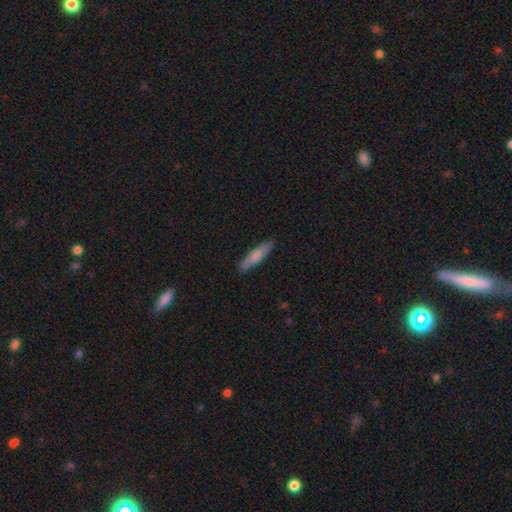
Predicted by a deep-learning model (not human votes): Smooth or featured? smooth (77%)
How rounded? cigar-shaped (80%)
Merging? none (88%)